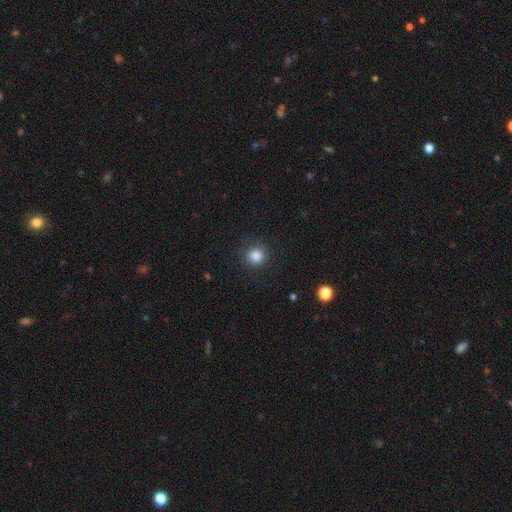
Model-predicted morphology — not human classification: smooth-or-featured: smooth: 85% | star or artifact: 11% | featured or disk: 4%
  how-rounded: round: 94% | in between: 5% | cigar-shaped: 1%
  merging: none: 87% | minor disturbance: 8% | major disturbance: 4% | merger: 1%